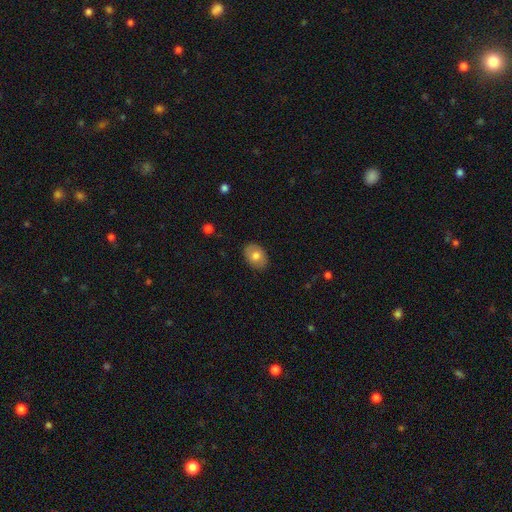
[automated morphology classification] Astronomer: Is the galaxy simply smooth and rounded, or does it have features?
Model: smooth — 75%.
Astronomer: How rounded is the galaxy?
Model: in between — 79%.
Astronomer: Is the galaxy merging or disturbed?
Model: none — 86%.